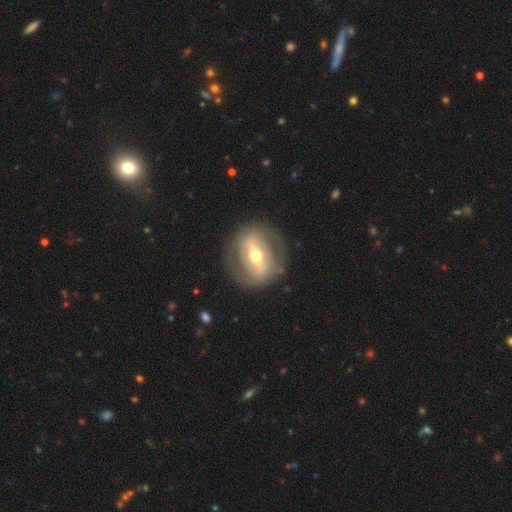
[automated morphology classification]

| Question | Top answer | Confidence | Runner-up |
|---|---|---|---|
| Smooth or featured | featured or disk | 70% | smooth (24%) |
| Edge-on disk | no | 91% | yes (9%) |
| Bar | strong | 54% | weak (27%) |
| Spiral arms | no | 55% | yes (45%) |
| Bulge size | moderate | 62% | small (30%) |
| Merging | none | 80% | minor disturbance (12%) |